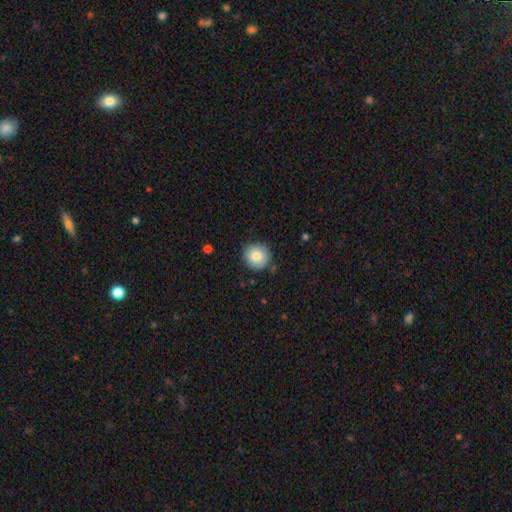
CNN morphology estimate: This appears to be a smooth galaxy with no disk features (83%) that is round (94%). Merging: none (88%).